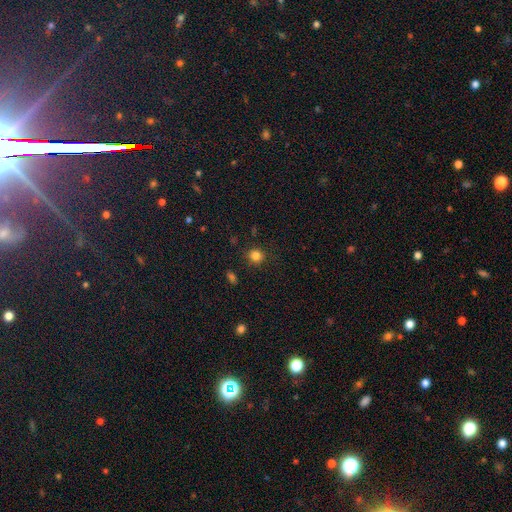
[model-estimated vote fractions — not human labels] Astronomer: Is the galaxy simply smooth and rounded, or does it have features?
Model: smooth — 82%.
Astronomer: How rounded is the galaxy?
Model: round — 90%.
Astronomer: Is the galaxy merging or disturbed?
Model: none — 88%.